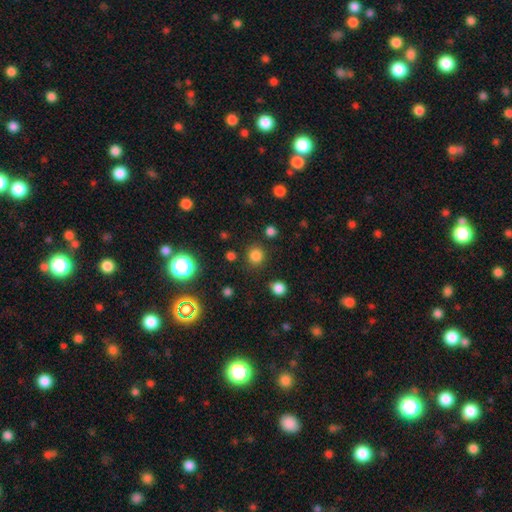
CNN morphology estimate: type=smooth (80%); roundness=round (92%); merging=none (85%).